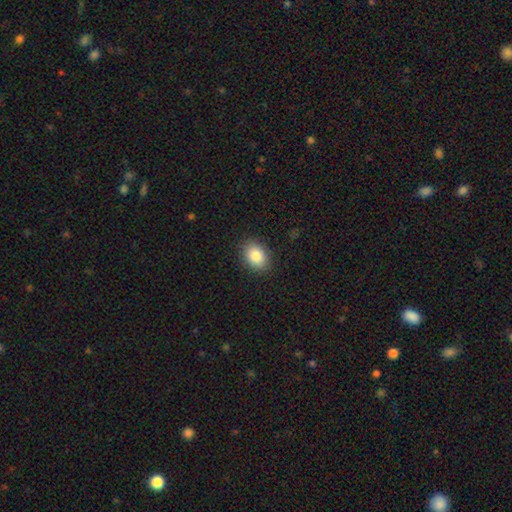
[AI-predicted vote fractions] This is clearly a smooth galaxy (85%). How rounded: likely in between (74%). Merging: clearly none (88%).